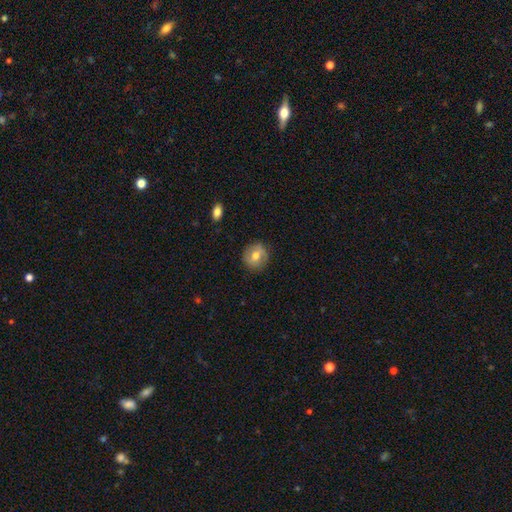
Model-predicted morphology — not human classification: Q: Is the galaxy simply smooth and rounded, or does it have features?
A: smooth — 60%.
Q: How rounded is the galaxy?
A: round — 87%.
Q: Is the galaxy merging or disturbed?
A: none — 84%.